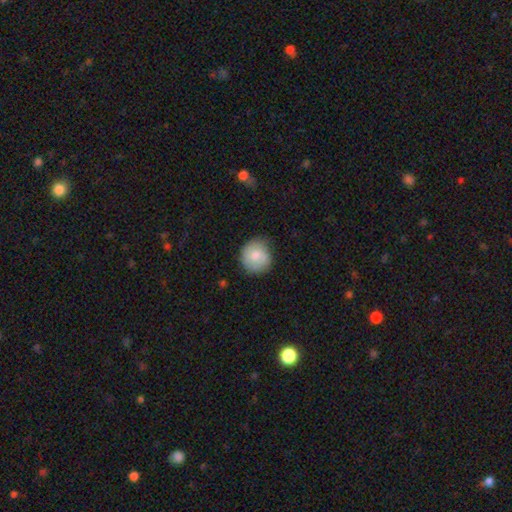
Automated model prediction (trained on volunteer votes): smooth-or-featured: smooth: 76% | featured or disk: 18% | star or artifact: 6%
  how-rounded: round: 89% | in between: 10% | cigar-shaped: 1%
  merging: none: 76% | minor disturbance: 19% | major disturbance: 4% | merger: 2%